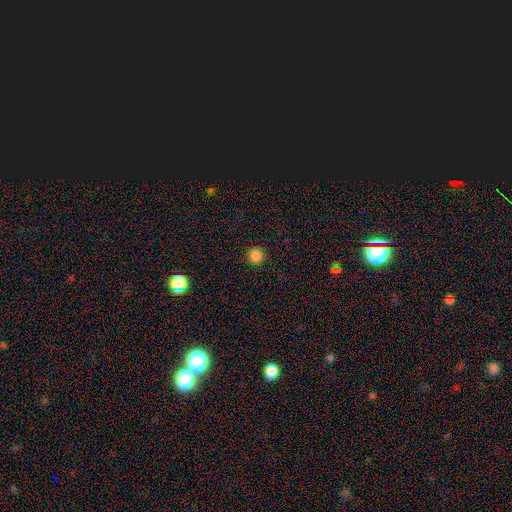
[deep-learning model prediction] smooth_or_featured: smooth (p=0.85) [alt: star or artifact p=0.12]
how_rounded: round (p=0.91) [alt: in between p=0.08]
merging: none (p=0.90) [alt: minor disturbance p=0.07]